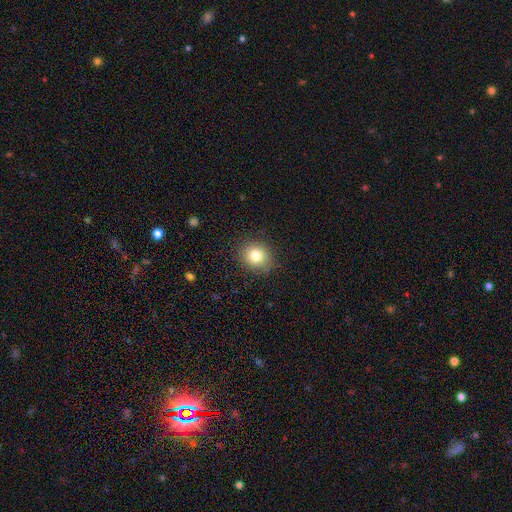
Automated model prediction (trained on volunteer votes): smooth-or-featured: smooth: 79% | star or artifact: 11% | featured or disk: 9%
  how-rounded: round: 78% | in between: 22% | cigar-shaped: 1%
  merging: none: 87% | minor disturbance: 10% | major disturbance: 3% | merger: 1%